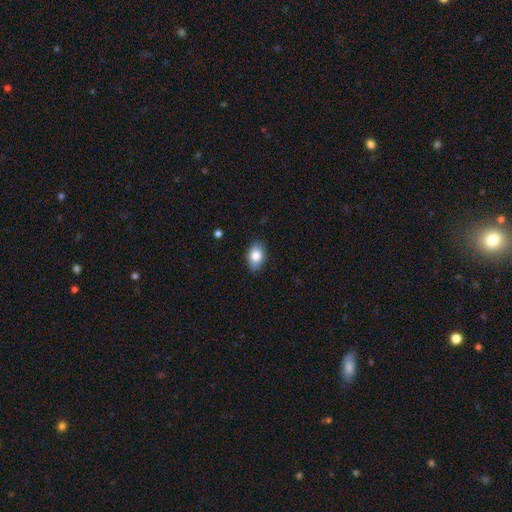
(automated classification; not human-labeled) This appears to be a smooth galaxy with no disk features (83%) that is in between round and cigar-shaped (88%). Merging: none (85%).